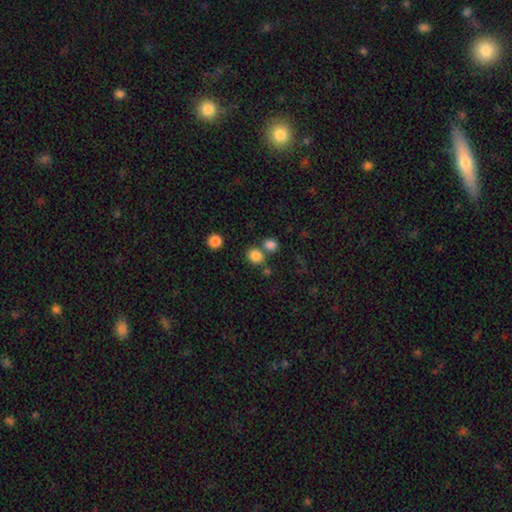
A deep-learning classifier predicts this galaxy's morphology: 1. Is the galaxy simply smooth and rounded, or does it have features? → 83% smooth, 12% star or artifact, 5% featured or disk.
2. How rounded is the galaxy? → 66% round, 33% in between, 1% cigar-shaped.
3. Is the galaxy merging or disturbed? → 64% none, 23% merger, 9% minor disturbance, 4% major disturbance.